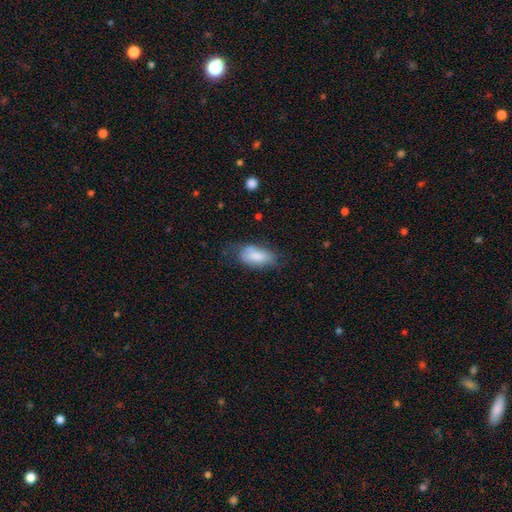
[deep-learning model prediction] Smooth or featured? Predicted: smooth (p=0.79). How rounded? Predicted: in between (p=0.92). Merging? Predicted: none (p=0.47).